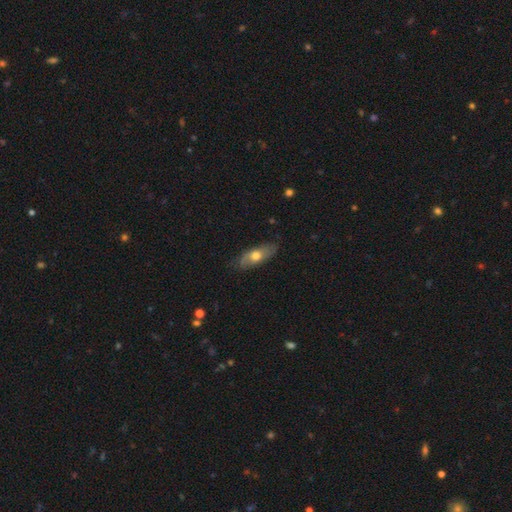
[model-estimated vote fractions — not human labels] Smooth or featured? Predicted: smooth (p=0.57). How rounded? Predicted: in between (p=0.74). Merging? Predicted: none (p=0.77).